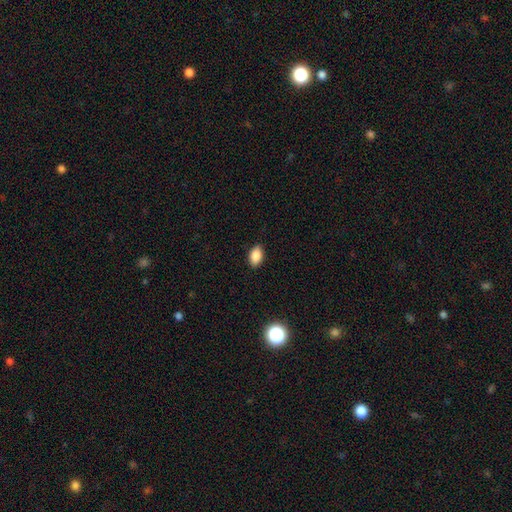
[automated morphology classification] smooth 87%, star or artifact 8%, featured or disk 4%. Down the decision tree: how rounded — in between (90%); merging — none (87%).